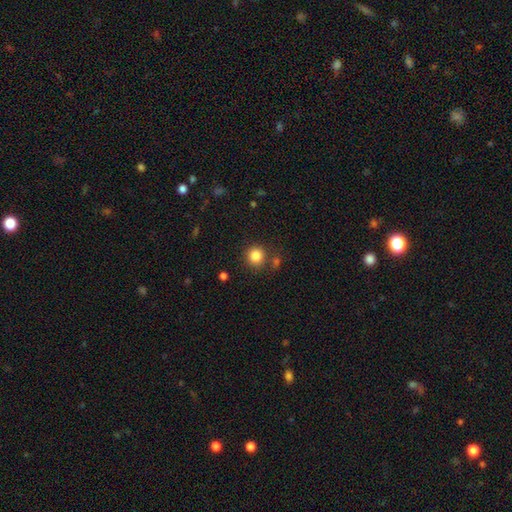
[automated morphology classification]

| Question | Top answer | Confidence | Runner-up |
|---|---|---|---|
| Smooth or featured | smooth | 84% | star or artifact (11%) |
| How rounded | round | 92% | in between (7%) |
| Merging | none | 81% | minor disturbance (9%) |